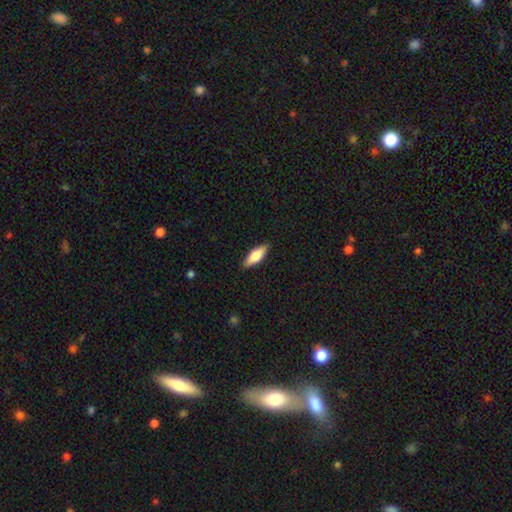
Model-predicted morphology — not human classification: smooth 66%, featured or disk 28%, star or artifact 6%. Down the decision tree: how rounded — in between (60%); merging — none (88%).